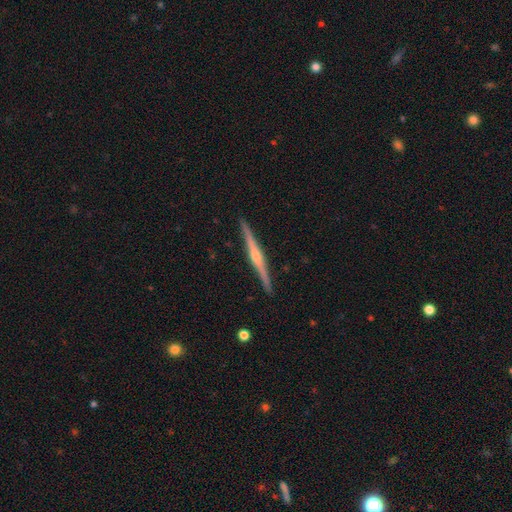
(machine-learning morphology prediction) Overall: featured or disk (82%). Edge-on disk: yes (99%). Edge-on bulge: rounded (82%). Merging: none (92%).